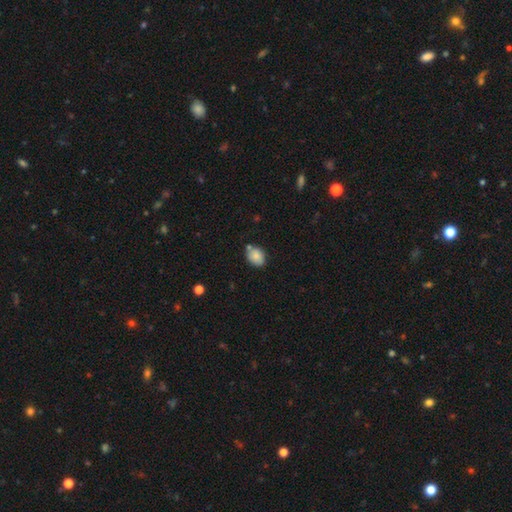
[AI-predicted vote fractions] Q: Smooth or featured?
A: smooth (81%); runner-up: featured or disk (11%)
Q: How rounded?
A: in between (59%); runner-up: round (40%)
Q: Merging?
A: none (66%); runner-up: minor disturbance (19%)